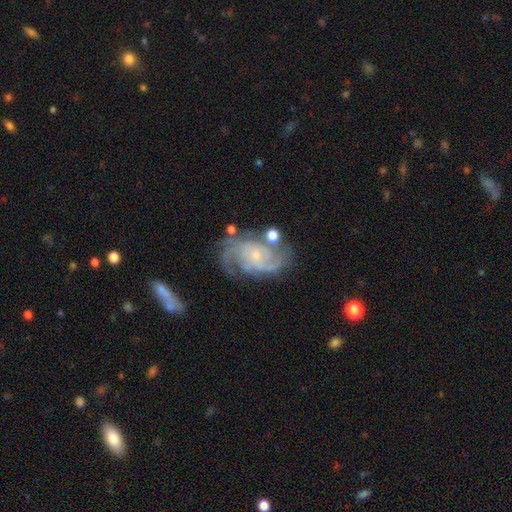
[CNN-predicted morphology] type=featured or disk (87%); edge-on=no (97%); bar=no (67%); spiral arms=yes (96%); winding=medium (45%); arm count=2 (33%); bulge=small (75%); merging=none (60%).